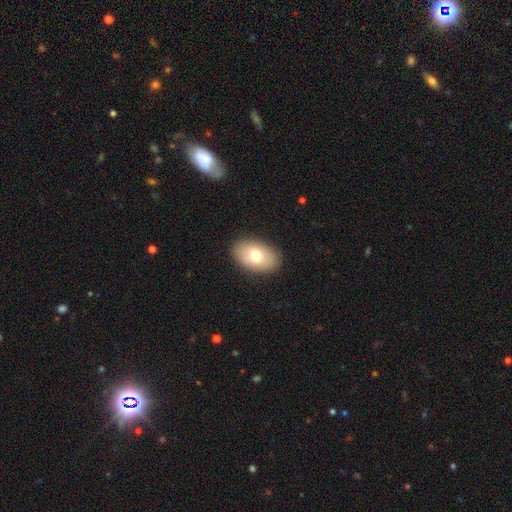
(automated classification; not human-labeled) This appears to be a smooth galaxy with no disk features (72%) that is in between round and cigar-shaped (89%). Merging: none (88%).